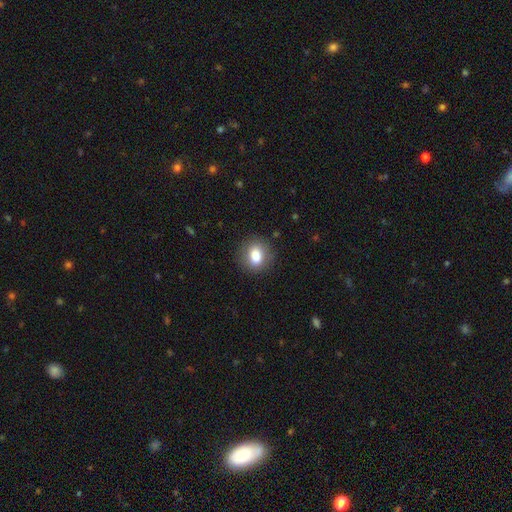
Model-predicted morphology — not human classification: Smooth or featured?
  - smooth: 82% *
  - star or artifact: 9%
  - featured or disk: 9%
How rounded?
  - round: 55% *
  - in between: 44%
  - cigar-shaped: 1%
Merging?
  - none: 86% *
  - minor disturbance: 10%
  - major disturbance: 3%
  - merger: 1%